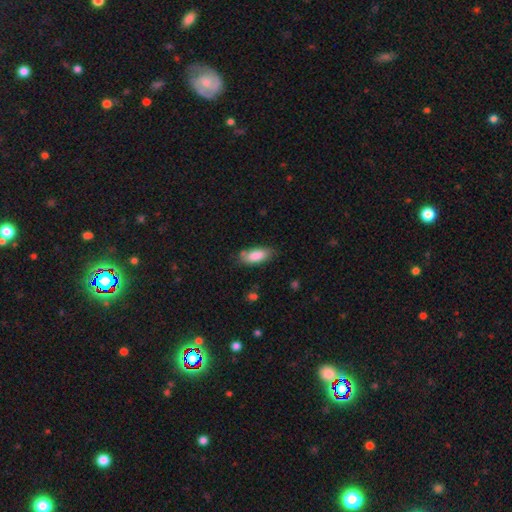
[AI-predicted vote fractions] Smooth or featured? smooth (84%)
How rounded? in between (81%)
Merging? none (67%)